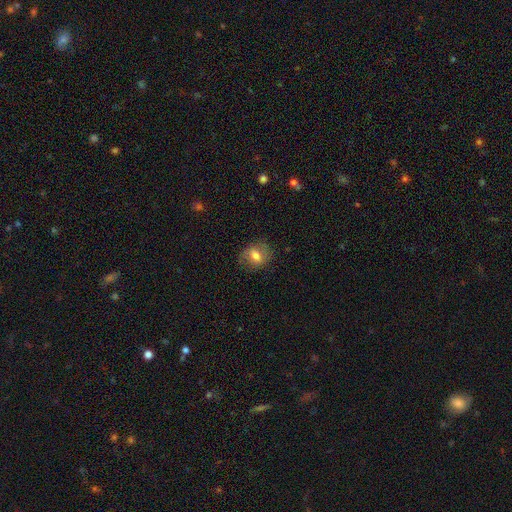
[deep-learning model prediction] Smooth or featured? Predicted: smooth (p=0.59). How rounded? Predicted: in between (p=0.52). Merging? Predicted: none (p=0.75).